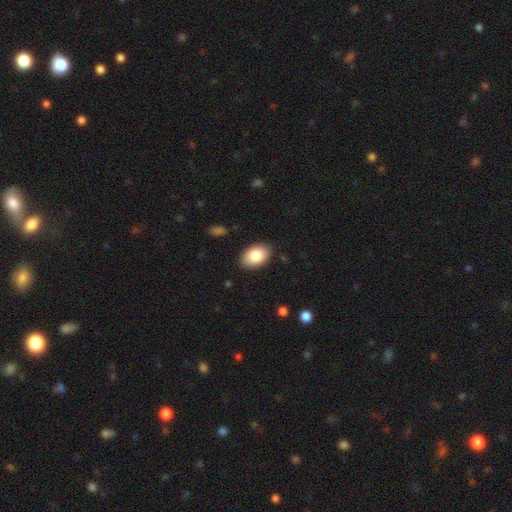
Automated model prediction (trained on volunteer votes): smooth_or_featured: smooth (p=0.83) [alt: featured or disk p=0.10]
how_rounded: in between (p=0.90) [alt: round p=0.09]
merging: none (p=0.87) [alt: minor disturbance p=0.09]